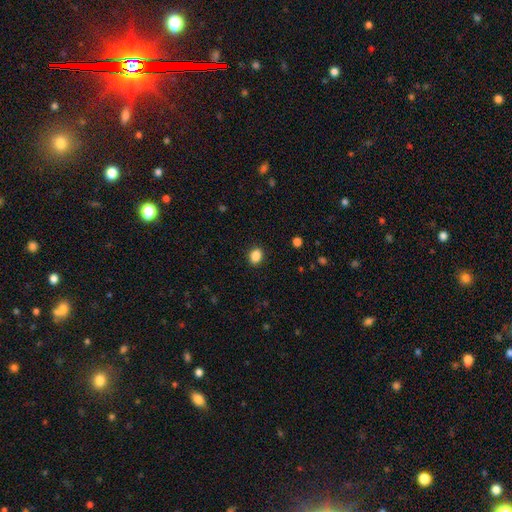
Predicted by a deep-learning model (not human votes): Q: Smooth or featured?
A: smooth (87%); runner-up: star or artifact (9%)
Q: How rounded?
A: in between (59%); runner-up: round (39%)
Q: Merging?
A: none (89%); runner-up: minor disturbance (8%)